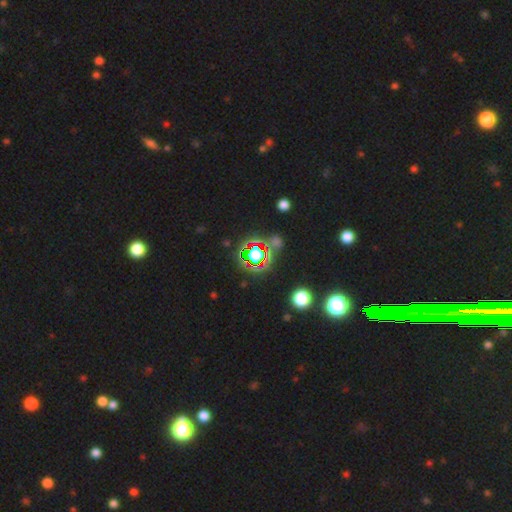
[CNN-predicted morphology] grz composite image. It shows a star or artifact, not a galaxy (76%).